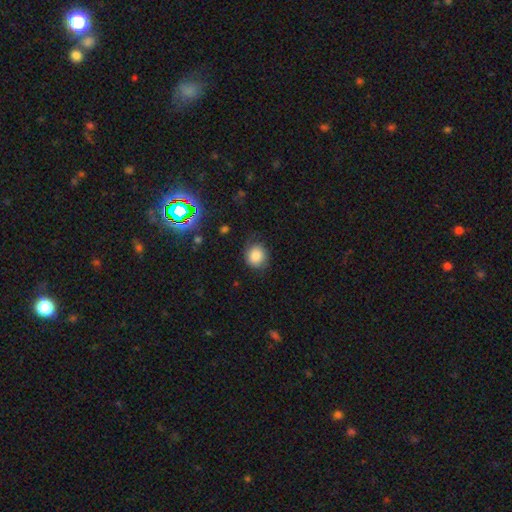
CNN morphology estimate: Smooth or featured?
  - smooth: 80% *
  - star or artifact: 11%
  - featured or disk: 9%
How rounded?
  - round: 81% *
  - in between: 18%
  - cigar-shaped: 1%
Merging?
  - none: 74% *
  - minor disturbance: 19%
  - major disturbance: 6%
  - merger: 1%